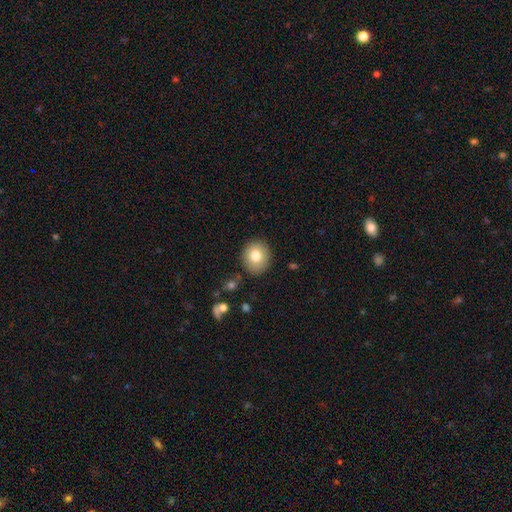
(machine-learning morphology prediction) type=smooth (78%); roundness=round (72%); merging=none (87%).